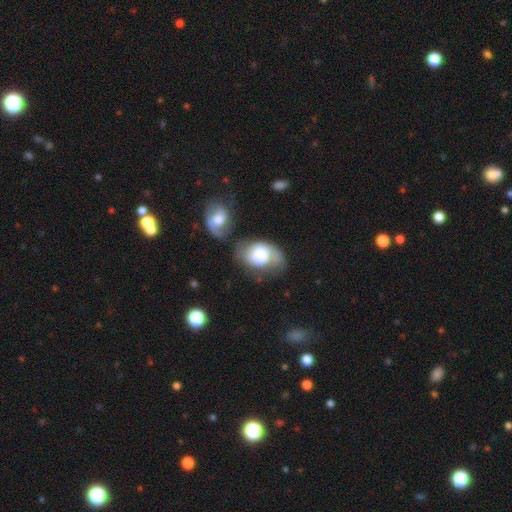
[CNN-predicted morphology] A smooth galaxy with no disk features (55%) that is in between round and cigar-shaped (76%). Merging: none (33%).